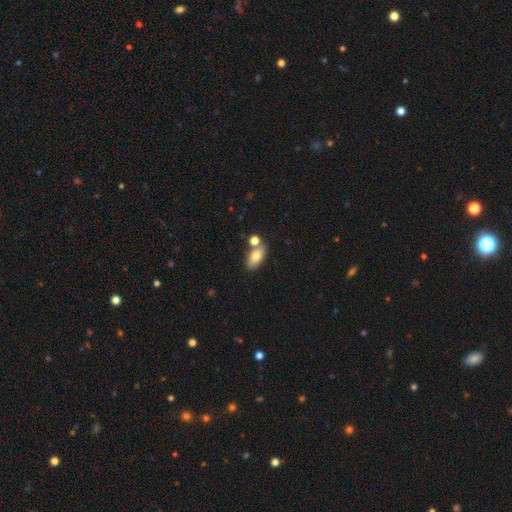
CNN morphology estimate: Q: Smooth or featured?
A: smooth (77%); runner-up: featured or disk (15%)
Q: How rounded?
A: in between (89%); runner-up: round (7%)
Q: Merging?
A: none (61%); runner-up: merger (24%)